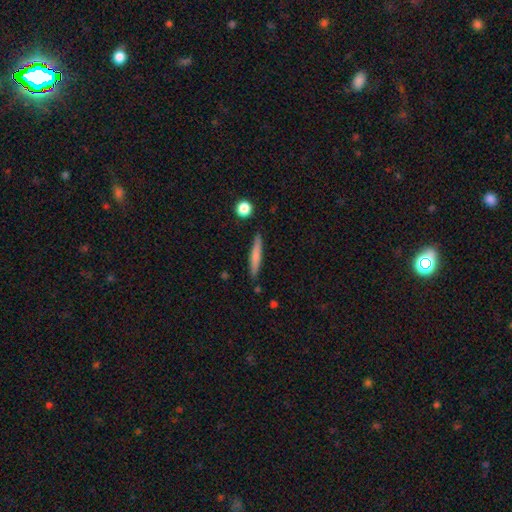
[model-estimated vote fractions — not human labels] A smooth galaxy with no disk features (68%) that is cigar-shaped (93%). Merging: none (88%).